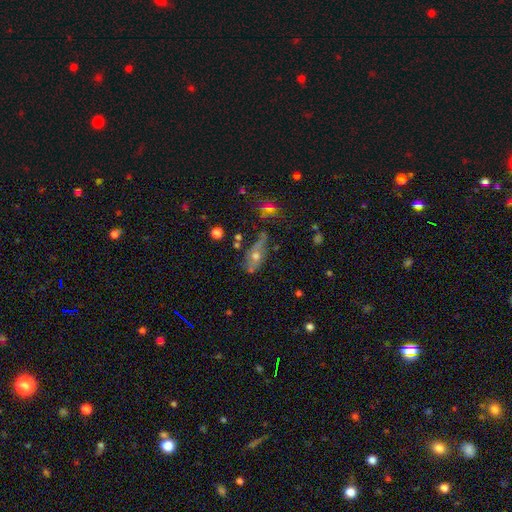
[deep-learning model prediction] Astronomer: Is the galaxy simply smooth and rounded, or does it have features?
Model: smooth — 44% (runner-up: featured or disk, 43%).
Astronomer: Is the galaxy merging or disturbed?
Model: none — 45% (runner-up: minor disturbance, 27%).